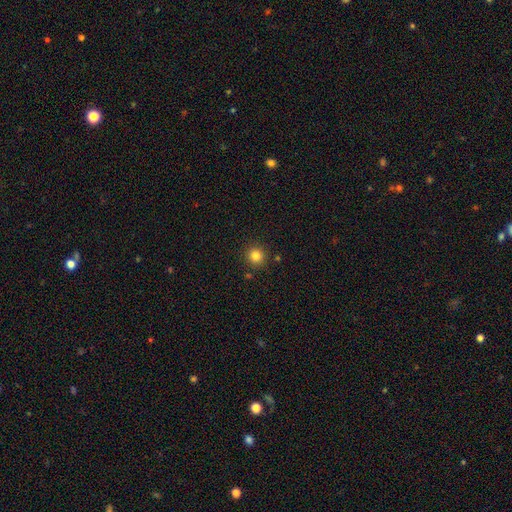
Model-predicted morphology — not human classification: smooth-or-featured: smooth: 82% | star or artifact: 13% | featured or disk: 5%
  how-rounded: round: 94% | in between: 5% | cigar-shaped: 1%
  merging: none: 89% | minor disturbance: 6% | merger: 3% | major disturbance: 2%